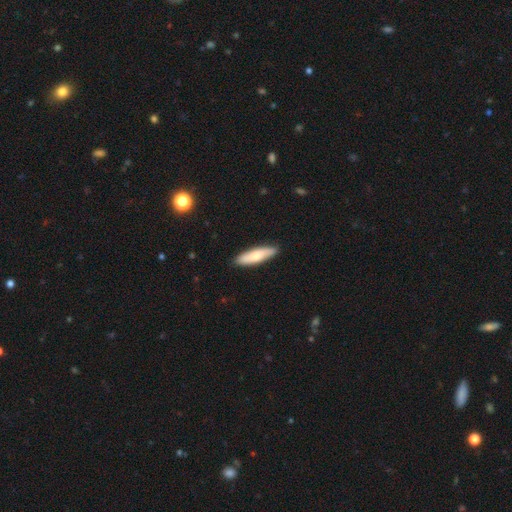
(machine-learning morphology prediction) This appears to be a smooth galaxy with no disk features (73%) that is cigar-shaped (63%). Merging: none (89%).